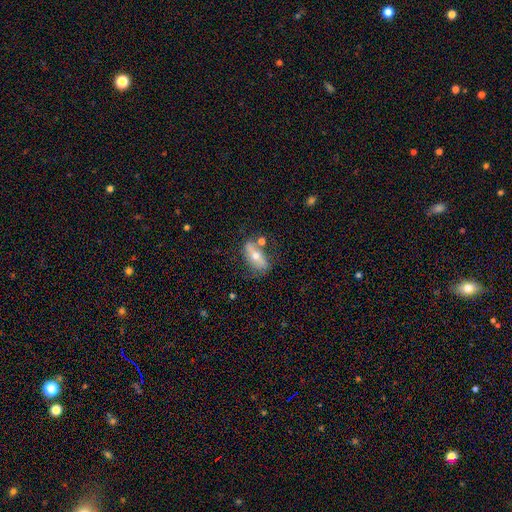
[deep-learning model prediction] A featured or disk galaxy (47%).

Vote fractions:
- Smooth or featured? featured or disk: 47% / smooth: 45% / star or artifact: 8%
- Merging? none: 57% / minor disturbance: 20% / merger: 14% / major disturbance: 9%